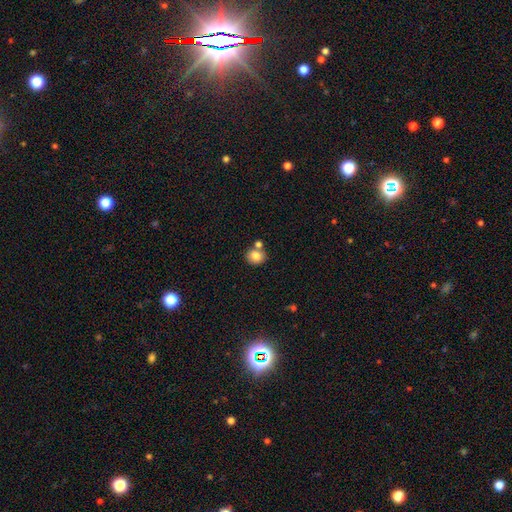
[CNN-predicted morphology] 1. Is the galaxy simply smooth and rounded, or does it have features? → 81% smooth, 10% star or artifact, 9% featured or disk.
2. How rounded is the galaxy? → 71% round, 28% in between, 1% cigar-shaped.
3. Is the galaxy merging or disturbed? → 62% none, 24% merger, 11% minor disturbance, 3% major disturbance.